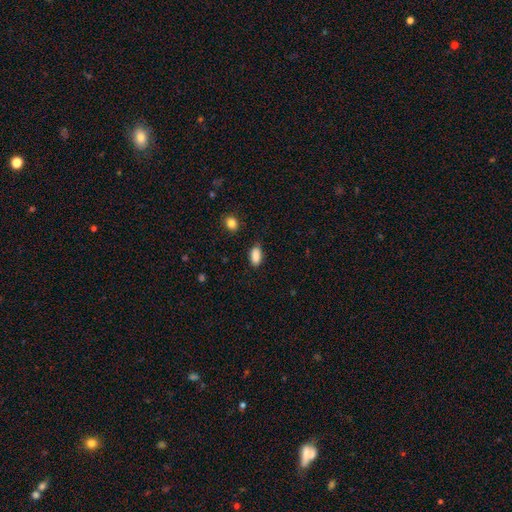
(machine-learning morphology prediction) smooth 88%, star or artifact 8%, featured or disk 4%. Down the decision tree: how rounded — in between (91%); merging — none (82%).